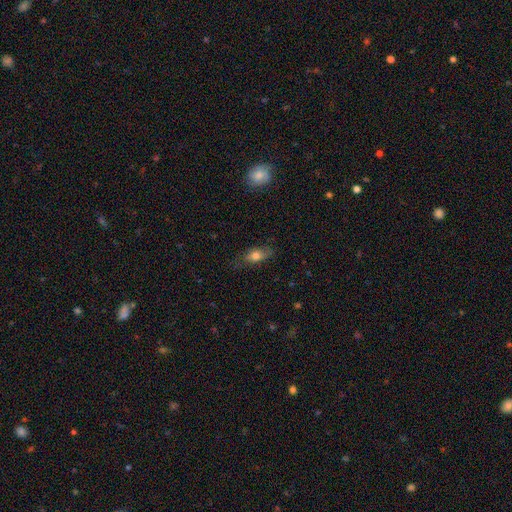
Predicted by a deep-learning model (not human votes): A smooth galaxy with no disk features (70%) that is in between round and cigar-shaped (75%). Merging: none (68%).